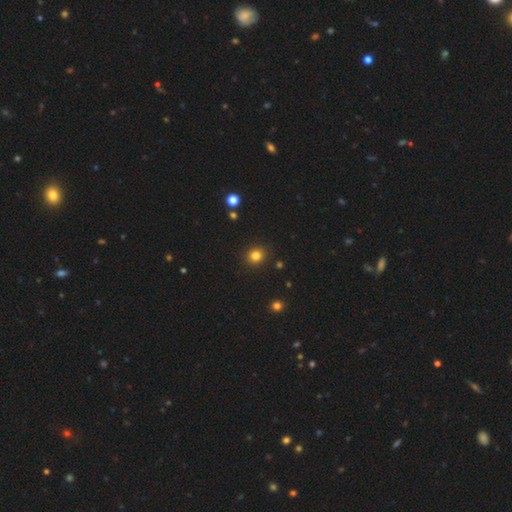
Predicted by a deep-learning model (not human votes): Smooth or featured? Predicted: smooth (p=0.81). How rounded? Predicted: round (p=0.84). Merging? Predicted: none (p=0.90).